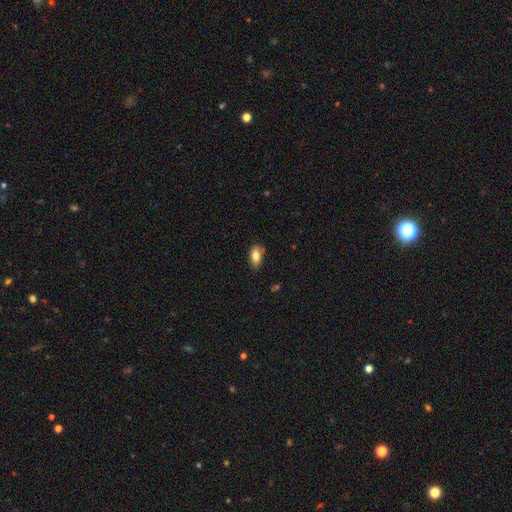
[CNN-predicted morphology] Smooth or featured: smooth — 81% (featured or disk — 11%)
How rounded: in between — 90% (round — 5%)
Merging: none — 74% (minor disturbance — 20%)